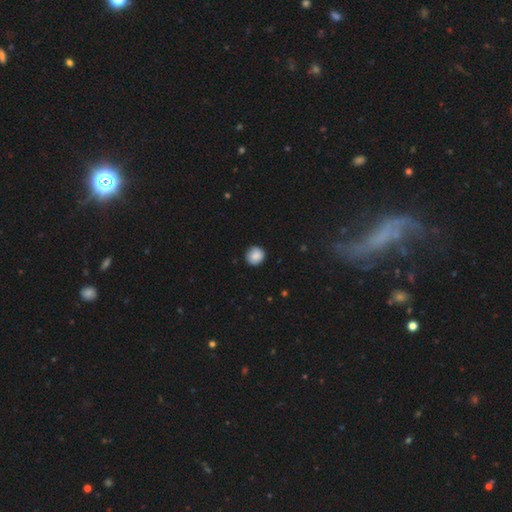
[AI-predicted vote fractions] A smooth galaxy with no disk features (87%) that is round (91%).

Vote fractions:
- Smooth or featured? smooth: 87% / star or artifact: 8% / featured or disk: 5%
- How rounded? round: 91% / in between: 8% / cigar-shaped: 1%
- Merging? none: 88% / minor disturbance: 9% / major disturbance: 2% / merger: 1%